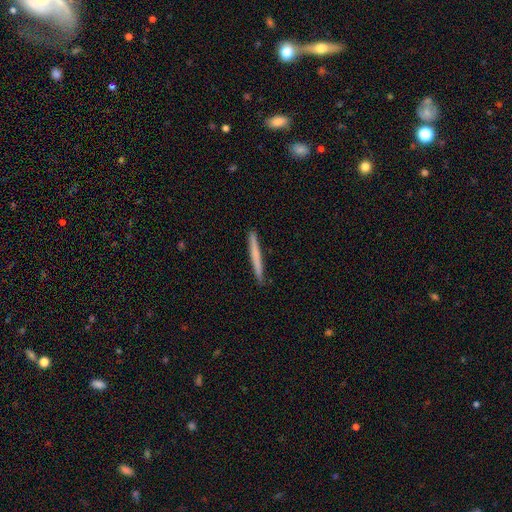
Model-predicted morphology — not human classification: smooth_or_featured: smooth (p=0.63) [alt: featured or disk p=0.31]
how_rounded: cigar-shaped (p=0.97) [alt: in between p=0.02]
merging: none (p=0.92) [alt: minor disturbance p=0.06]